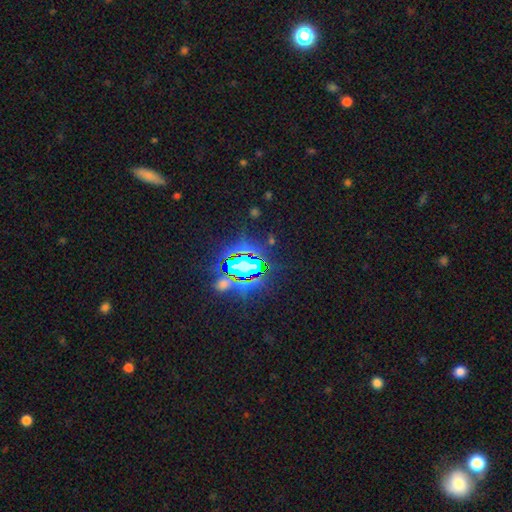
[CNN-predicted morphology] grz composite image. It shows a star or artifact, not a galaxy (84%).